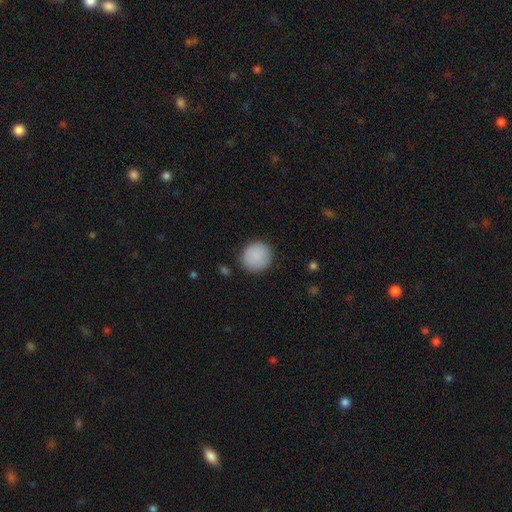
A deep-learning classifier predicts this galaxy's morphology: This is clearly a smooth galaxy (89%). How rounded: clearly round (93%). Merging: clearly none (89%).